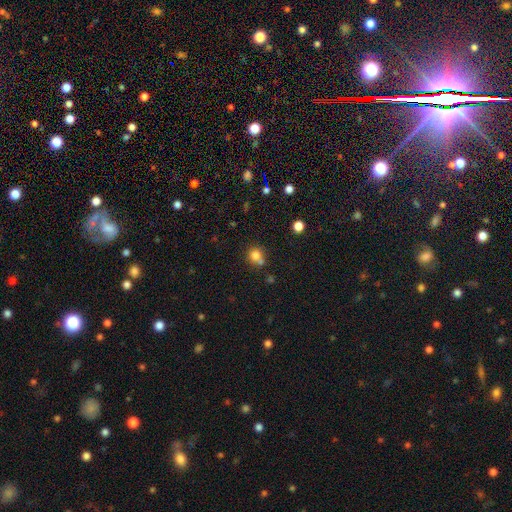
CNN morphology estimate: Q: Smooth or featured?
A: smooth (78%); runner-up: star or artifact (14%)
Q: How rounded?
A: round (88%); runner-up: in between (11%)
Q: Merging?
A: none (59%); runner-up: merger (28%)